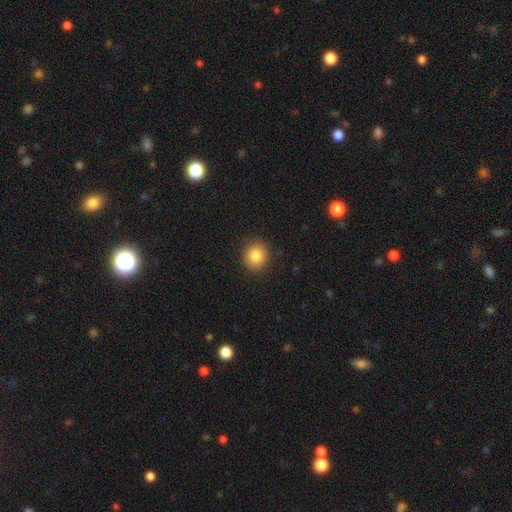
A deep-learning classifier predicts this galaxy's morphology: Overall: smooth (84%). How rounded: round (85%). Merging: none (90%).